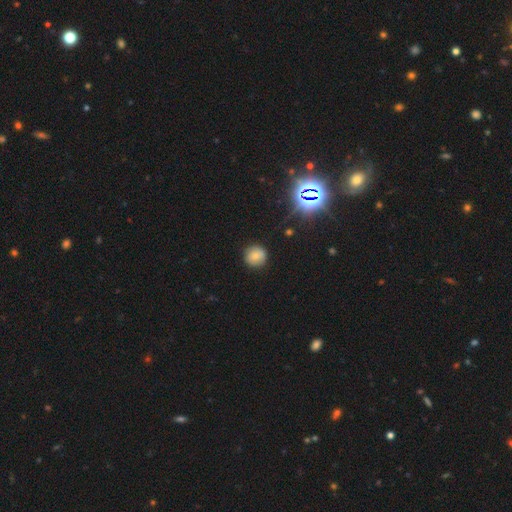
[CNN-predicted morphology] Overall: smooth (74%). How rounded: round (92%). Merging: none (86%).